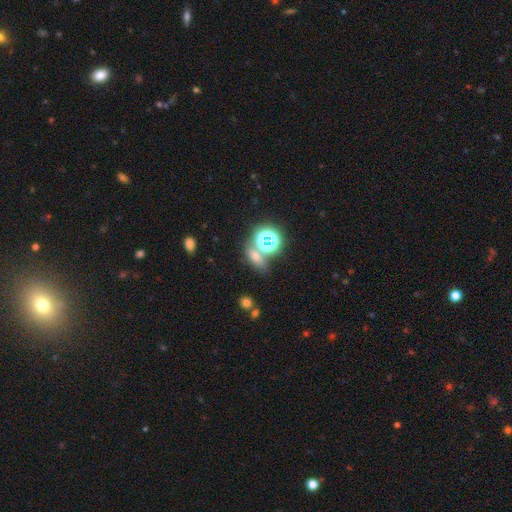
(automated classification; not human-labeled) Smooth or featured? Predicted: smooth (p=0.45). Merging? Predicted: none (p=0.65).